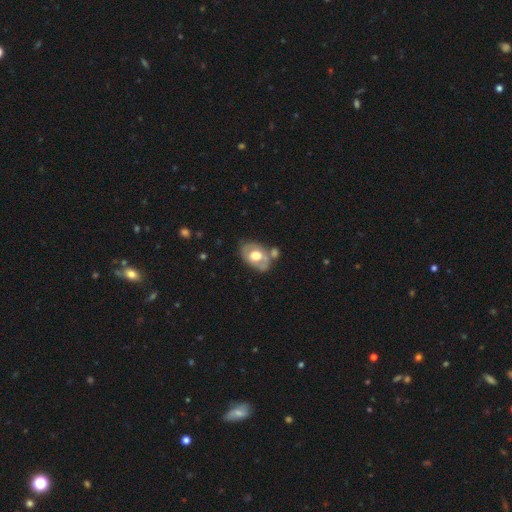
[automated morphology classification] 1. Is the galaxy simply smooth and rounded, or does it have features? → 52% featured or disk, 42% smooth, 6% star or artifact.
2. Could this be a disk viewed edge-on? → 92% no, 8% yes.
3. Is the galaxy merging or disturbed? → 53% none, 21% minor disturbance, 18% merger, 7% major disturbance.